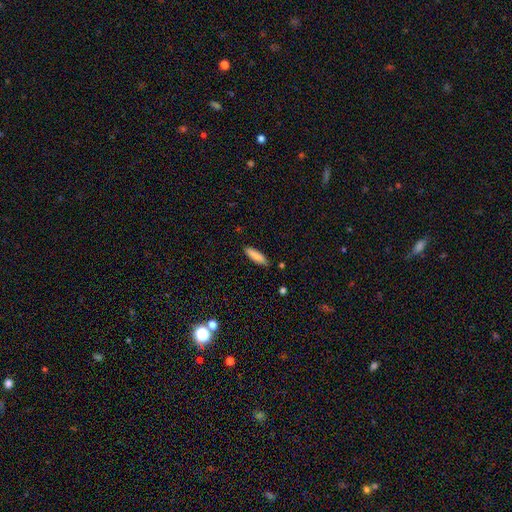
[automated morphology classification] Smooth or featured?
  - smooth: 86% *
  - featured or disk: 7%
  - star or artifact: 6%
How rounded?
  - cigar-shaped: 65% *
  - in between: 34%
  - round: 1%
Merging?
  - none: 87% *
  - minor disturbance: 9%
  - major disturbance: 2%
  - merger: 2%